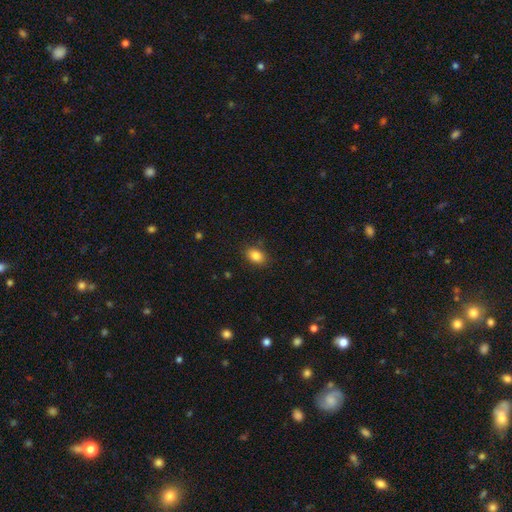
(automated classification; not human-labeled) Smooth or featured?
  - smooth: 85% *
  - star or artifact: 9%
  - featured or disk: 5%
How rounded?
  - in between: 76% *
  - round: 23%
  - cigar-shaped: 1%
Merging?
  - none: 84% *
  - minor disturbance: 11%
  - major disturbance: 3%
  - merger: 1%